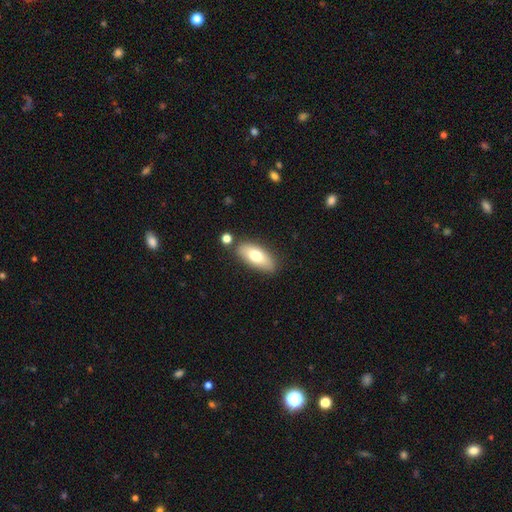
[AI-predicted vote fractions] A smooth galaxy with no disk features (71%) that is in between round and cigar-shaped (82%).

Vote fractions:
- Smooth or featured? smooth: 71% / featured or disk: 22% / star or artifact: 7%
- How rounded? in between: 82% / cigar-shaped: 15% / round: 3%
- Merging? none: 80% / minor disturbance: 11% / merger: 5% / major disturbance: 3%